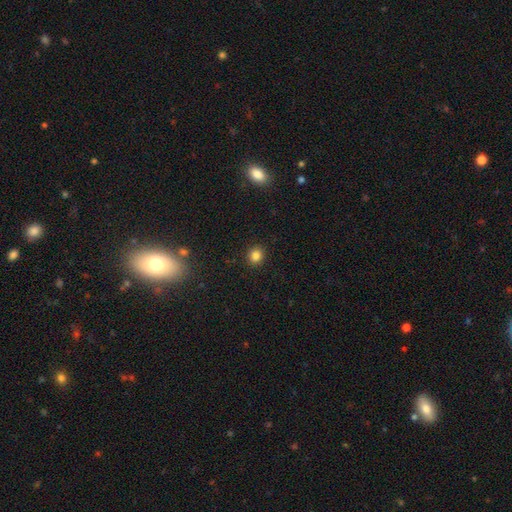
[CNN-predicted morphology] smooth_or_featured: smooth (p=0.83) [alt: star or artifact p=0.12]
how_rounded: round (p=0.86) [alt: in between p=0.14]
merging: none (p=0.91) [alt: minor disturbance p=0.06]